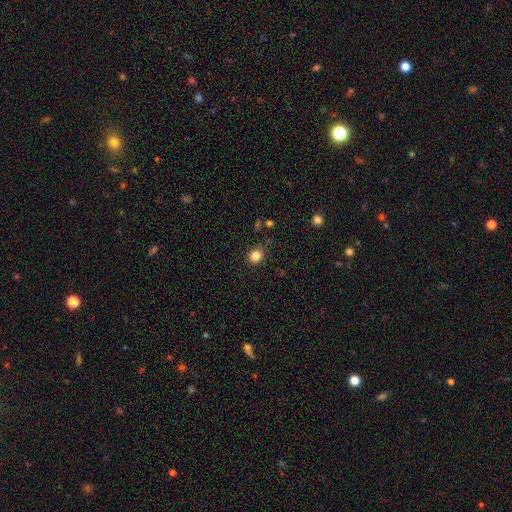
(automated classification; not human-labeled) Overall: smooth (83%). How rounded: round (84%). Merging: none (89%).